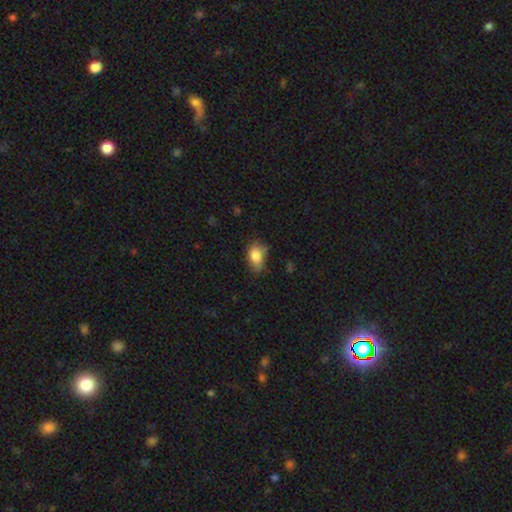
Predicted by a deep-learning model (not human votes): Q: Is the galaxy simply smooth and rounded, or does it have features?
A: smooth — 81%.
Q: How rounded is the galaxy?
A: in between — 84%.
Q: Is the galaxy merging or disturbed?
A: none — 49%.